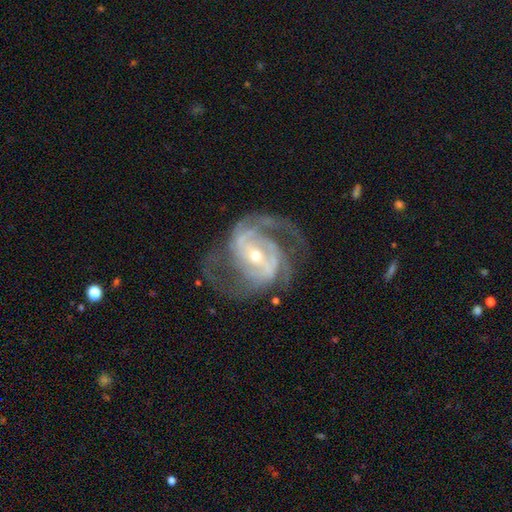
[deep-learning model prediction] Smooth or featured? featured or disk (91%)
Edge-on disk? no (97%)
Bar? strong (42%)
Spiral arms? yes (97%)
Spiral winding? medium (55%)
Spiral arm count? 2 (63%)
Bulge size? small (61%)
Merging? none (66%)